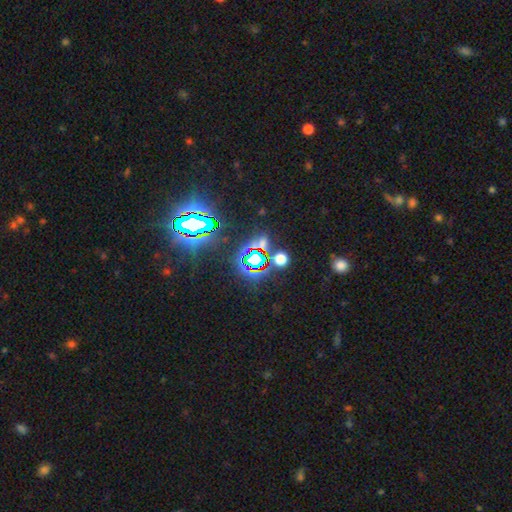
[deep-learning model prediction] Smooth or featured?
  - star or artifact: 72% *
  - smooth: 19%
  - featured or disk: 9%